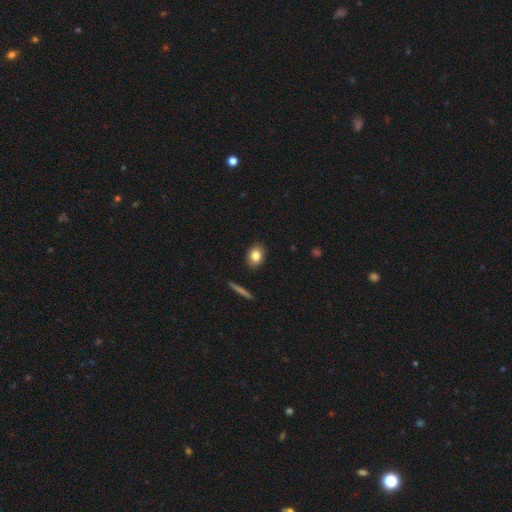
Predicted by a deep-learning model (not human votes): smooth 81%, featured or disk 10%, star or artifact 9%. Down the decision tree: how rounded — in between (65%); merging — none (89%).